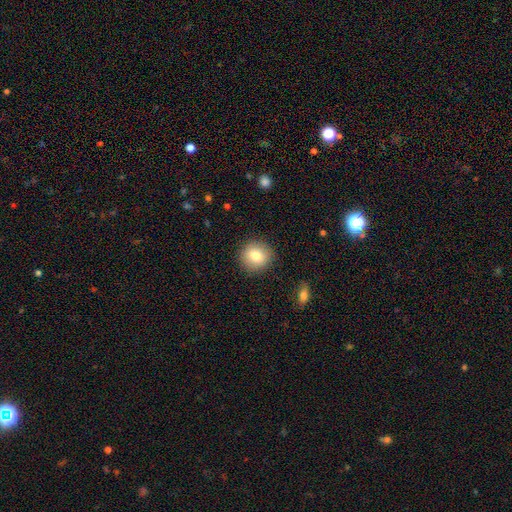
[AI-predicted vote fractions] Smooth or featured?
  - smooth: 80% *
  - featured or disk: 11%
  - star or artifact: 9%
How rounded?
  - round: 90% *
  - in between: 9%
  - cigar-shaped: 1%
Merging?
  - none: 90% *
  - minor disturbance: 7%
  - major disturbance: 2%
  - merger: 1%